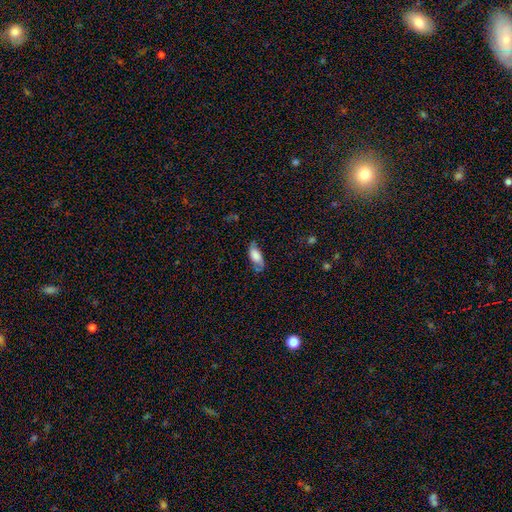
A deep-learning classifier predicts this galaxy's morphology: smooth_or_featured: smooth (p=0.61) [alt: featured or disk p=0.31]
how_rounded: in between (p=0.84) [alt: cigar-shaped p=0.13]
merging: none (p=0.62) [alt: minor disturbance p=0.27]